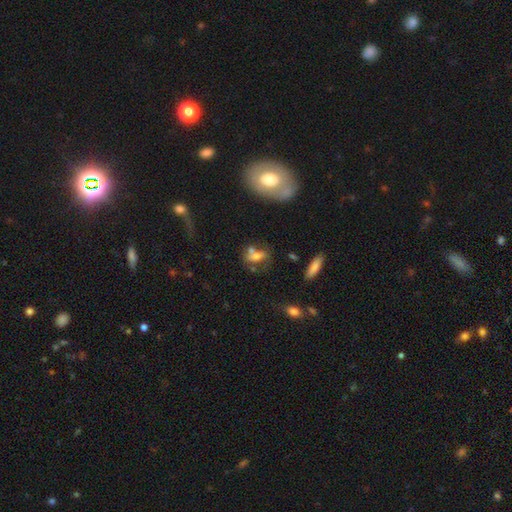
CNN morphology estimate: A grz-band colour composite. It shows a smooth galaxy with no disk features (58%) that is in between round and cigar-shaped (72%). Merging: none (41%).